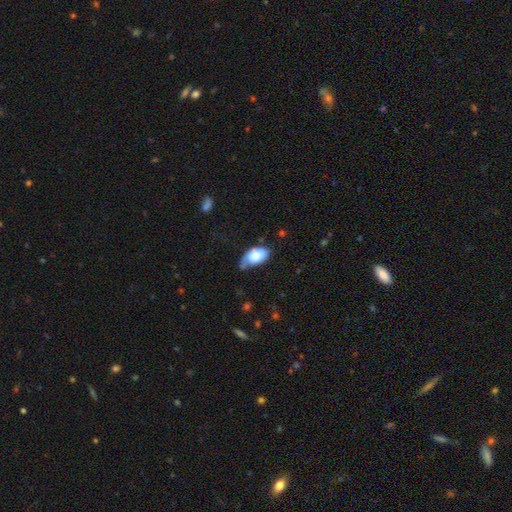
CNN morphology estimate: Smooth or featured: smooth — 77% (featured or disk — 16%)
How rounded: in between — 93% (round — 5%)
Merging: minor disturbance — 43% (none — 36%)